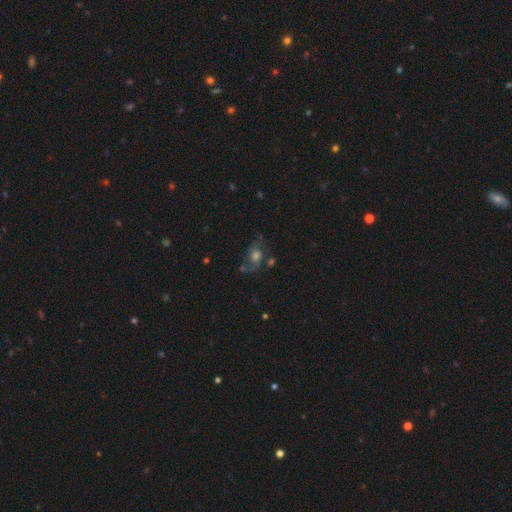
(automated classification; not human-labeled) This appears to be a featured or disk galaxy (54%) with no bar (72%), spiral arms (82%) and a moderate central bulge (45%). Merging: none (60%).